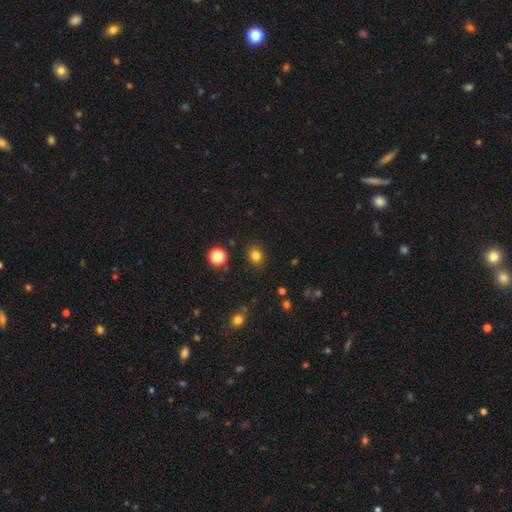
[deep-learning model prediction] A smooth galaxy with no disk features (81%) that is round (70%).

Vote fractions:
- Smooth or featured? smooth: 81% / star or artifact: 13% / featured or disk: 5%
- How rounded? round: 70% / in between: 29% / cigar-shaped: 1%
- Merging? none: 88% / minor disturbance: 8% / major disturbance: 2% / merger: 2%